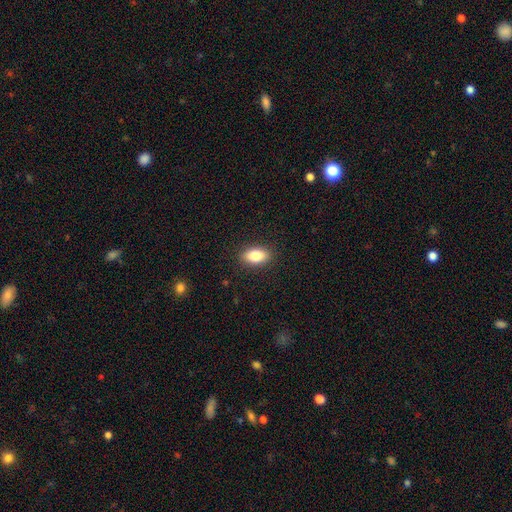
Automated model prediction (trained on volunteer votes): Smooth or featured?
  - smooth: 84% *
  - featured or disk: 8%
  - star or artifact: 7%
How rounded?
  - in between: 89% *
  - round: 7%
  - cigar-shaped: 4%
Merging?
  - none: 89% *
  - minor disturbance: 8%
  - major disturbance: 2%
  - merger: 1%